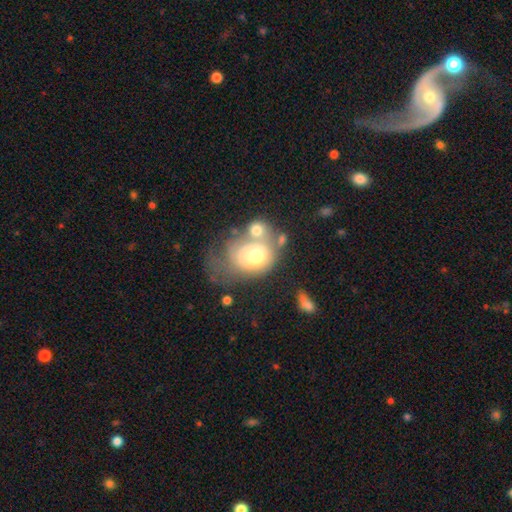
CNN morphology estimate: The model was most divided on "how rounded": in between: 51%, round: 48%, cigar-shaped: 1%. Remaining: smooth or featured — smooth (51%); merging — merger (42%).